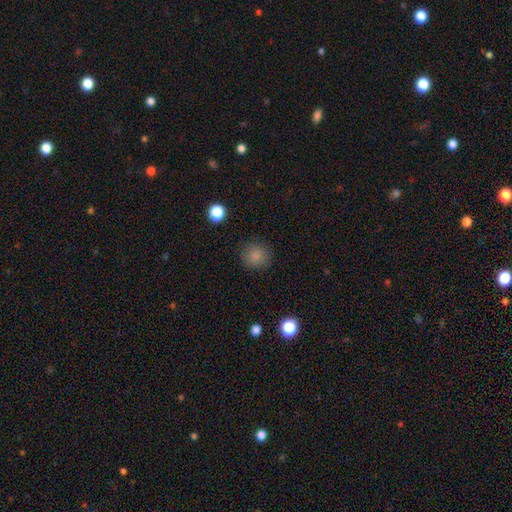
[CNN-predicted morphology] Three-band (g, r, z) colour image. It shows a smooth galaxy with no disk features (84%) that is round (90%). Merging: none (88%).